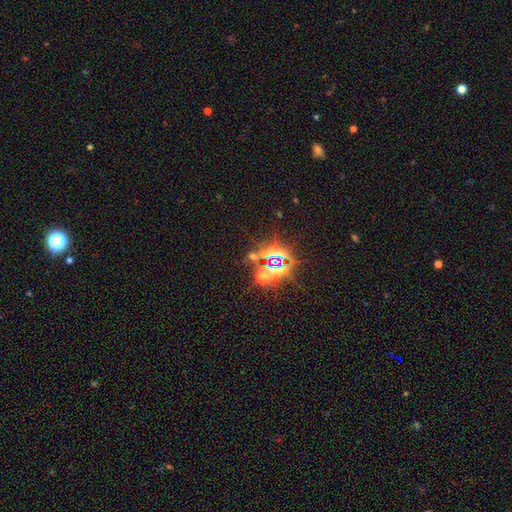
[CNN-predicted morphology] star or artifact 81%, smooth 10%, featured or disk 9%.